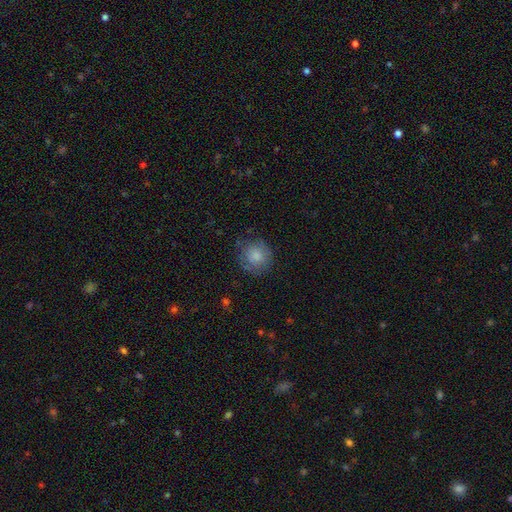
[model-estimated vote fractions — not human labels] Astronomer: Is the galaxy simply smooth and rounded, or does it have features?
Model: smooth — 78%.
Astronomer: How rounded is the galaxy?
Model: round — 88%.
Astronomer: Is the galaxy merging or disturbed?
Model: none — 72%.